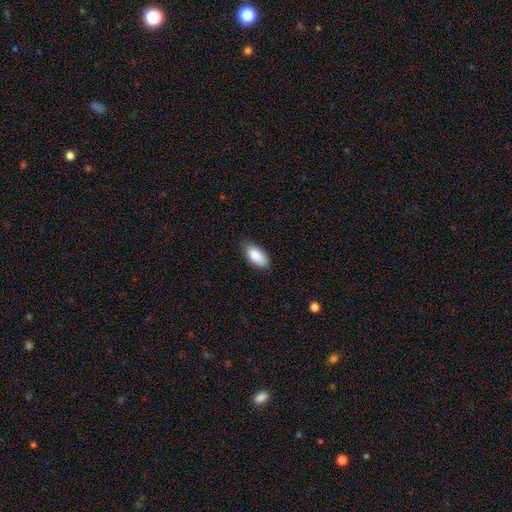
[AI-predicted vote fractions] A smooth galaxy with no disk features (88%) that is in between round and cigar-shaped (91%).

Vote fractions:
- Smooth or featured? smooth: 88% / star or artifact: 6% / featured or disk: 6%
- How rounded? in between: 91% / cigar-shaped: 6% / round: 2%
- Merging? none: 78% / minor disturbance: 18% / major disturbance: 3% / merger: 1%